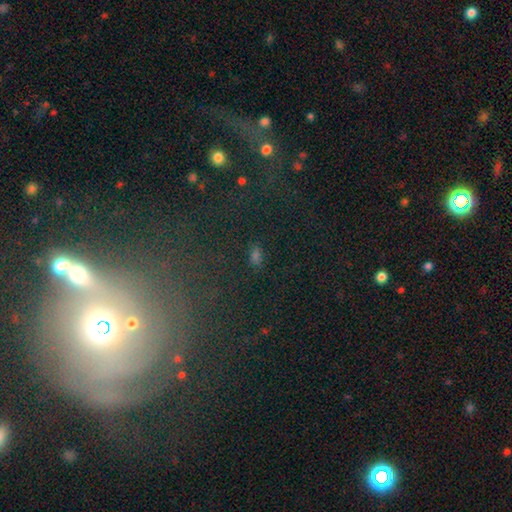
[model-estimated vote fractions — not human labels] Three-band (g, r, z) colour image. It shows a star or artifact, not a galaxy (43%).